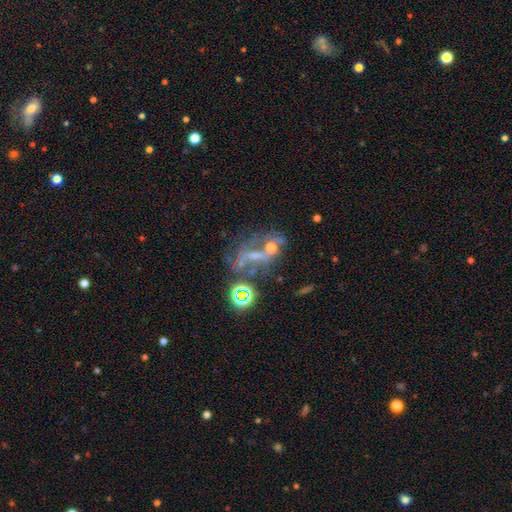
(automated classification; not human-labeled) A featured or disk galaxy (40%).

Vote fractions:
- Smooth or featured? featured or disk: 40% / star or artifact: 34% / smooth: 26%
- Merging? none: 31% / merger: 30% / major disturbance: 25% / minor disturbance: 13%